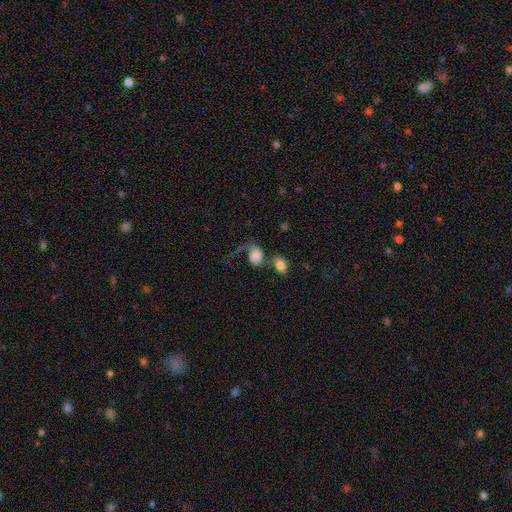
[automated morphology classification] This is possibly a smooth galaxy (54%). How rounded: possibly in between (49%, tied with round). Merging: marginally merger (38%).